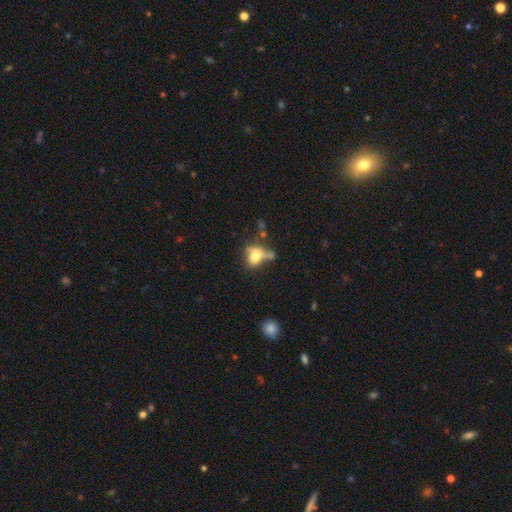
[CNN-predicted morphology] Smooth or featured? smooth (64%)
How rounded? in between (62%)
Merging? none (30%)